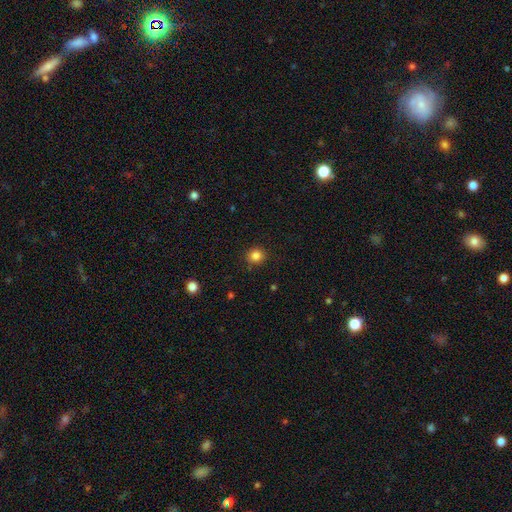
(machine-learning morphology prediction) Smooth or featured: smooth — 84% (star or artifact — 12%)
How rounded: round — 87% (in between — 12%)
Merging: none — 89% (minor disturbance — 8%)